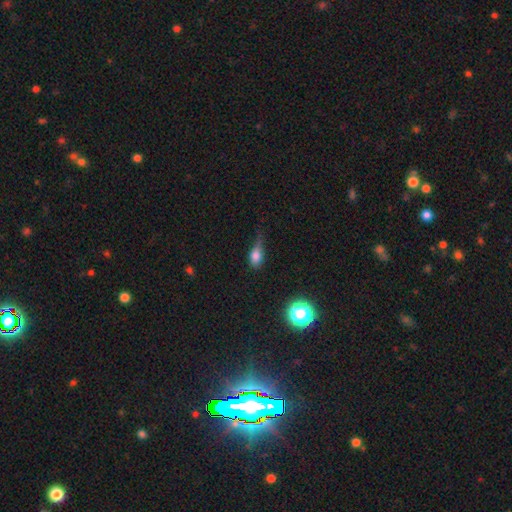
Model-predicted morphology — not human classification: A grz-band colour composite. It shows a smooth galaxy with no disk features (76%) that is in between round and cigar-shaped (74%). Merging: minor disturbance (42%).